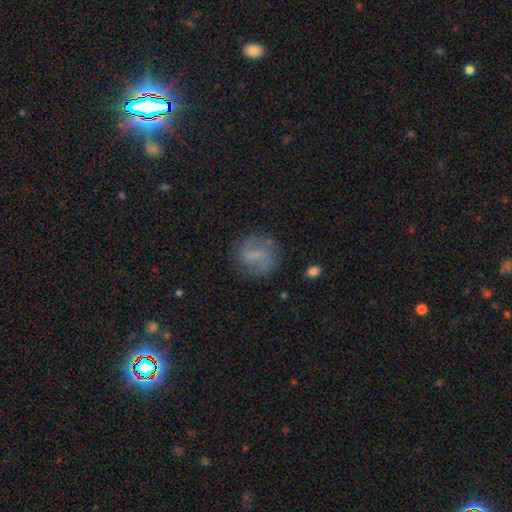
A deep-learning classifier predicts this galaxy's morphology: This appears to be a featured or disk galaxy (48%). Merging: none (75%).